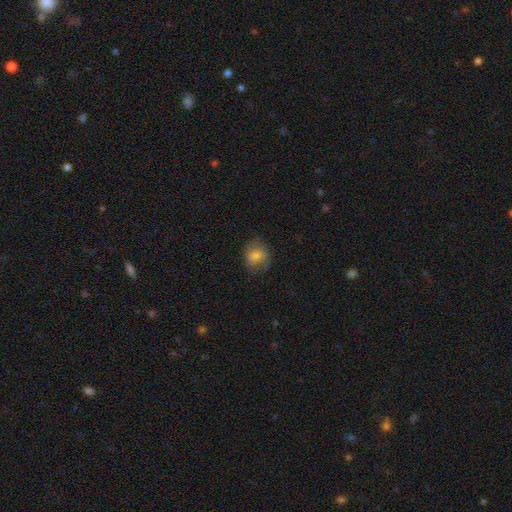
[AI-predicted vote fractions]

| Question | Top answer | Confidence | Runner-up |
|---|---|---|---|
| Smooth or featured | smooth | 70% | featured or disk (20%) |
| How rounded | round | 59% | in between (39%) |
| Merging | none | 70% | minor disturbance (20%) |